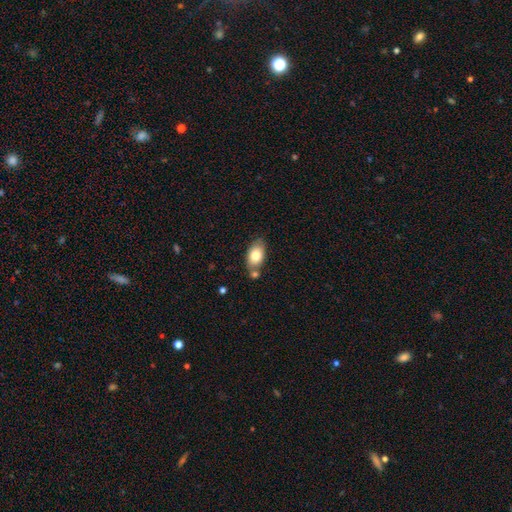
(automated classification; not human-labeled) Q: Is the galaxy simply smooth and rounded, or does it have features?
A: smooth — 78%.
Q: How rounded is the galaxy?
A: in between — 89%.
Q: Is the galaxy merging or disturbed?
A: none — 61%.